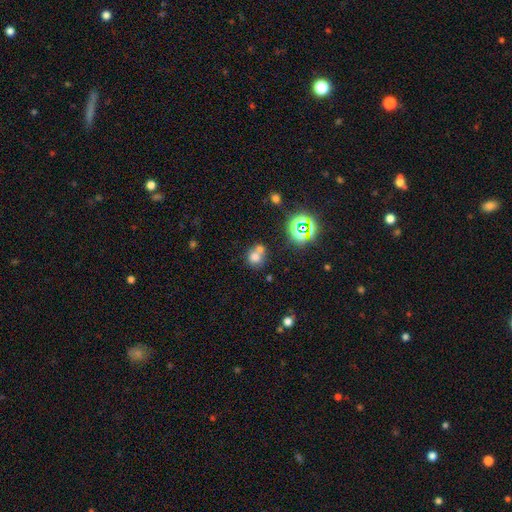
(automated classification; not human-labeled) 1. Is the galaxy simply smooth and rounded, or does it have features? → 68% smooth, 19% star or artifact, 13% featured or disk.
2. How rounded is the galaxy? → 77% round, 22% in between, 1% cigar-shaped.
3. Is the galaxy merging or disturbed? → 47% merger, 41% none, 8% minor disturbance, 4% major disturbance.